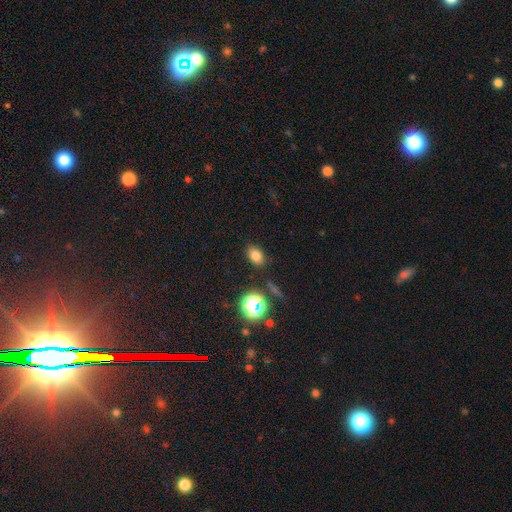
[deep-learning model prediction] Smooth or featured: smooth — 75% (star or artifact — 17%)
How rounded: in between — 75% (round — 23%)
Merging: none — 83% (minor disturbance — 11%)